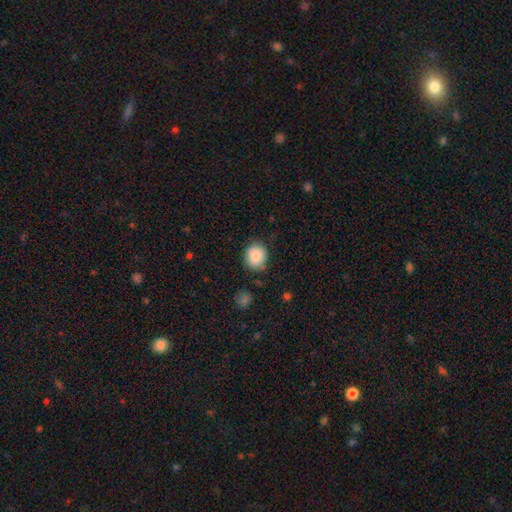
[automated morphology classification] Smooth or featured? smooth (87%)
How rounded? round (73%)
Merging? none (77%)